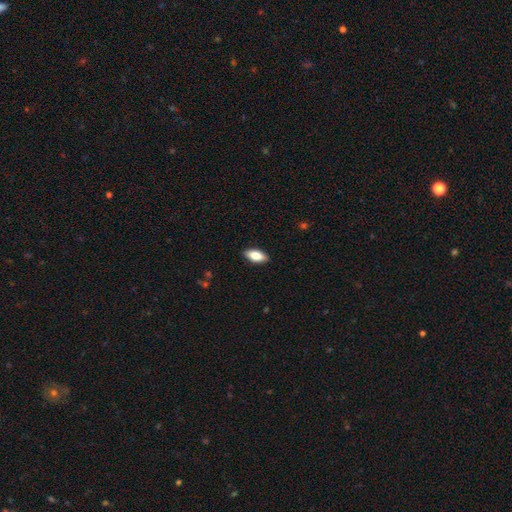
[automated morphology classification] type=smooth (79%); roundness=in between (85%); merging=none (89%).